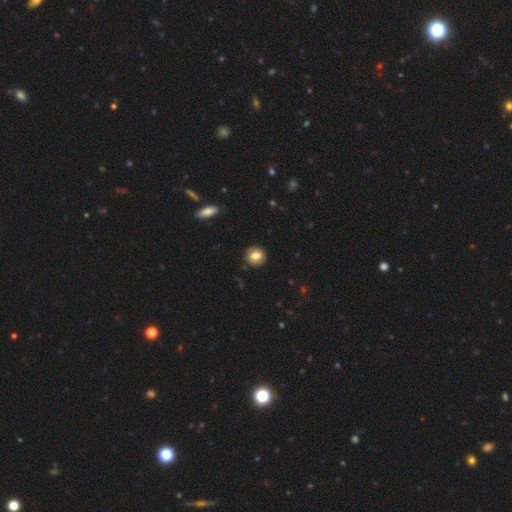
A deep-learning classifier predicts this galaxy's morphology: A smooth galaxy with no disk features (80%) that is round (89%).

Vote fractions:
- Smooth or featured? smooth: 80% / featured or disk: 12% / star or artifact: 9%
- How rounded? round: 89% / in between: 10% / cigar-shaped: 1%
- Merging? none: 90% / minor disturbance: 7% / major disturbance: 2% / merger: 1%